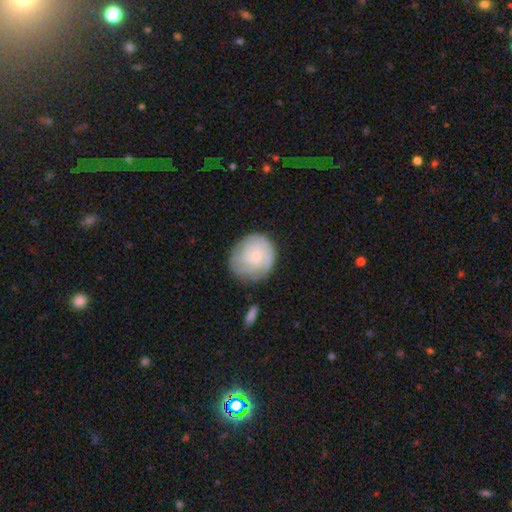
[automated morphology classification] The model was most divided on "smooth or featured": featured or disk: 52%, smooth: 41%, star or artifact: 7%. More confident: edge-on disk — no (98%); spiral arms — yes (85%); bar — no (82%); bulge size — small (76%); merging — none (70%).